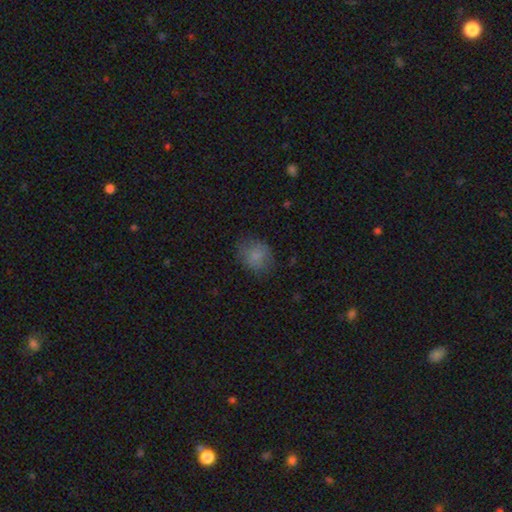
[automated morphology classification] A smooth galaxy with no disk features (79%) that is round (65%).

Vote fractions:
- Smooth or featured? smooth: 79% / featured or disk: 11% / star or artifact: 10%
- How rounded? round: 65% / in between: 34% / cigar-shaped: 1%
- Merging? none: 68% / minor disturbance: 22% / major disturbance: 9% / merger: 1%